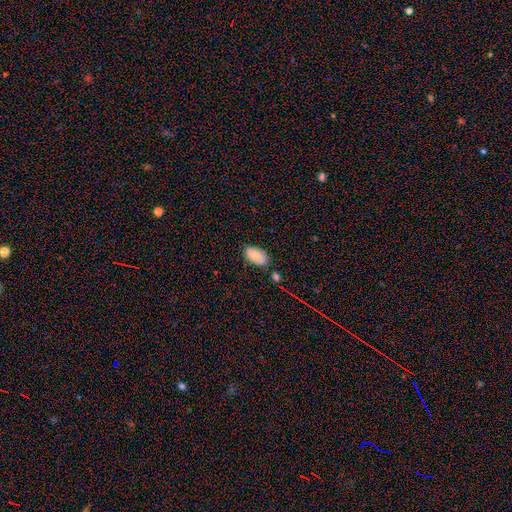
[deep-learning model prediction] This appears to be a smooth galaxy with no disk features (82%) that is in between round and cigar-shaped (94%). Merging: none (77%).